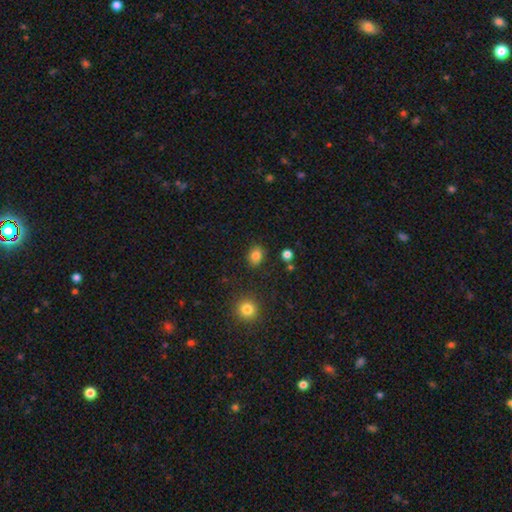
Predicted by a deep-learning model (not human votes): This appears to be a smooth galaxy with no disk features (82%) that is in between round and cigar-shaped (51%). Merging: none (85%).